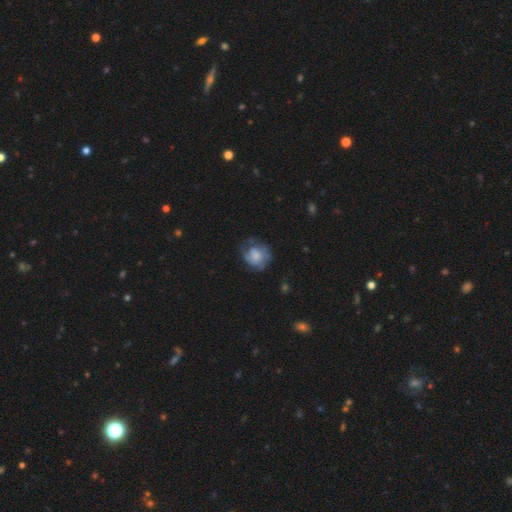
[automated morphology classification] A featured or disk galaxy (47%).

Vote fractions:
- Smooth or featured? featured or disk: 47% / smooth: 45% / star or artifact: 8%
- Merging? none: 56% / minor disturbance: 25% / major disturbance: 17% / merger: 2%